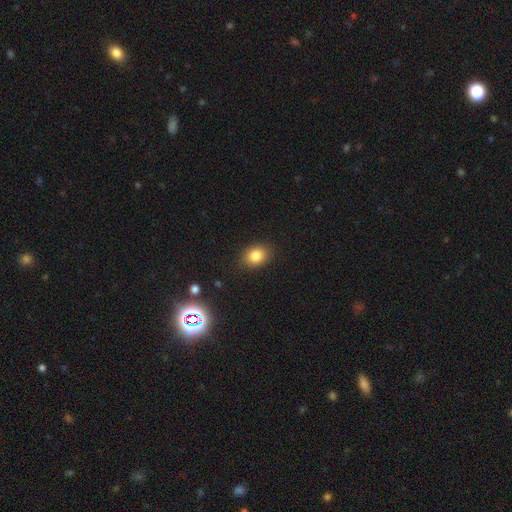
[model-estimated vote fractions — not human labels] Smooth or featured?
  - smooth: 83% *
  - star or artifact: 11%
  - featured or disk: 6%
How rounded?
  - in between: 60% *
  - round: 39%
  - cigar-shaped: 1%
Merging?
  - none: 87% *
  - minor disturbance: 9%
  - major disturbance: 3%
  - merger: 1%